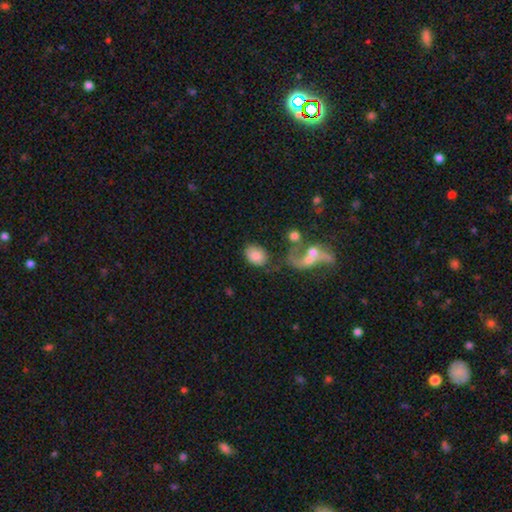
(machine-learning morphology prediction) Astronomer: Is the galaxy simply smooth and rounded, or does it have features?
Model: smooth — 79%.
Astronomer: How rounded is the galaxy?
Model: in between — 74%.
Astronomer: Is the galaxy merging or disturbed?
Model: none — 59%.